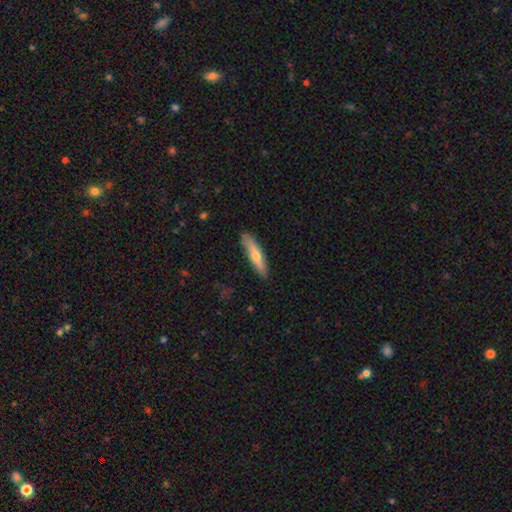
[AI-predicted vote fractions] Smooth or featured?
  - smooth: 59% *
  - featured or disk: 35%
  - star or artifact: 6%
How rounded?
  - cigar-shaped: 79% *
  - in between: 19%
  - round: 2%
Merging?
  - none: 86% *
  - minor disturbance: 10%
  - major disturbance: 2%
  - merger: 1%